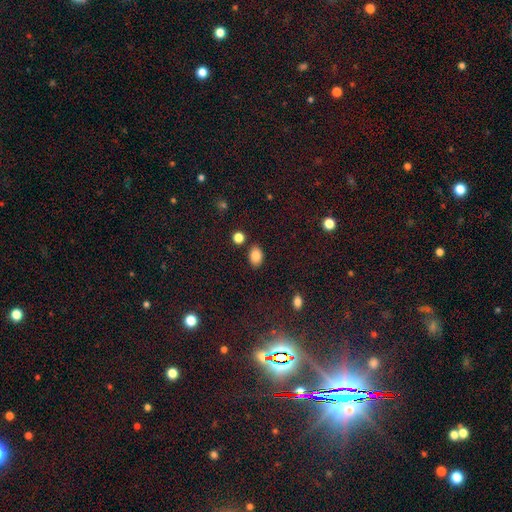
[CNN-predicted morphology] This is clearly a smooth galaxy (85%). How rounded: likely in between (79%). Merging: clearly none (84%).